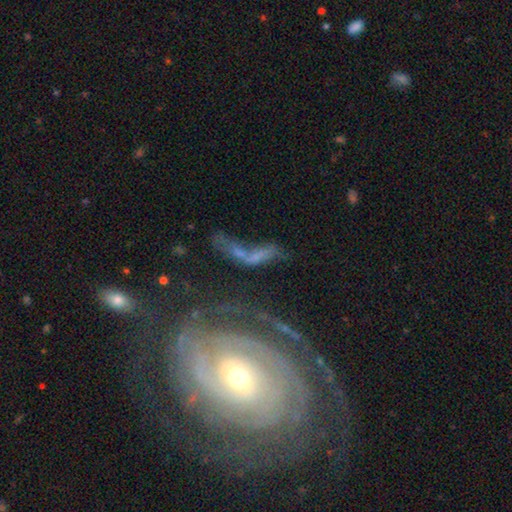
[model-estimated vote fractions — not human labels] Q: Smooth or featured?
A: featured or disk (49%); runner-up: smooth (32%)
Q: Merging?
A: merger (36%); runner-up: major disturbance (27%)